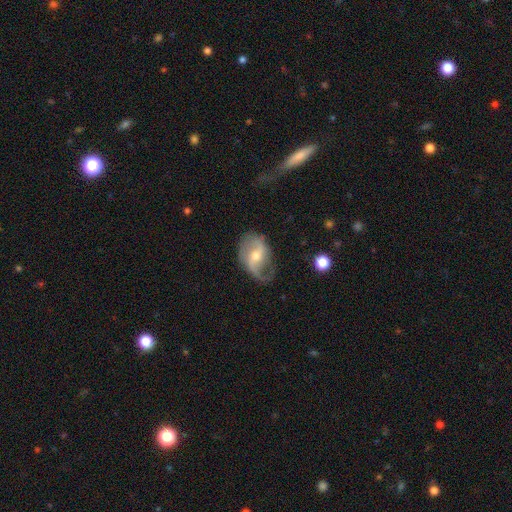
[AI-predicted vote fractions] Overall: featured or disk (80%). Edge-on disk: no (97%). Bar: weak (48%; no 34%). Spiral arms: yes (92%). Spiral arm count: 2 (75%). Spiral winding: loose (60%; medium 31%). Bulge size: moderate (57%; small 38%). Merging: none (56%; minor disturbance 26%).